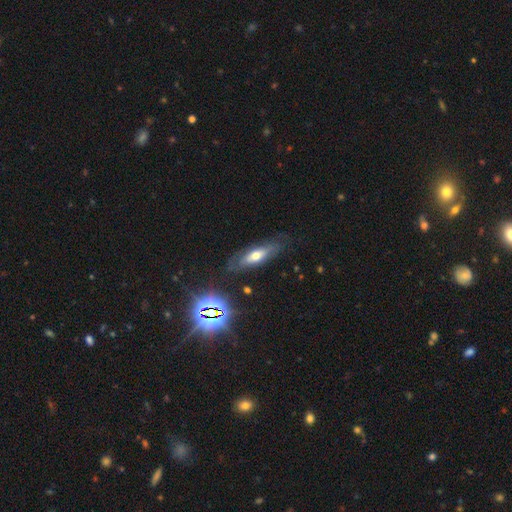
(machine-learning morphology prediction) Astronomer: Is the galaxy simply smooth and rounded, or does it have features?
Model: featured or disk — 45% (runner-up: smooth, 44%).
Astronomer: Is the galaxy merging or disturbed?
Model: none — 73%.